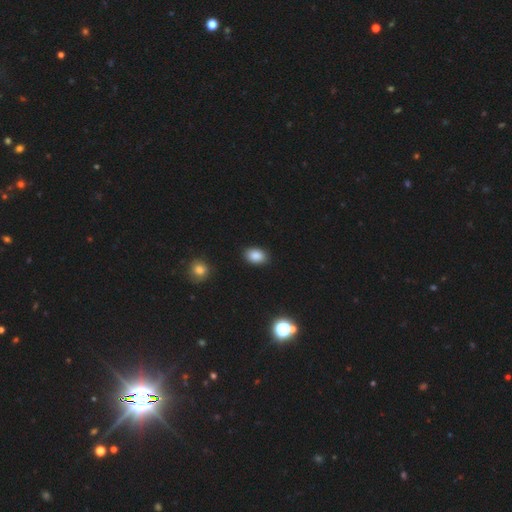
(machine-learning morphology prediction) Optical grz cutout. It shows a smooth galaxy with no disk features (86%) that is in between round and cigar-shaped (83%). Merging: none (88%).